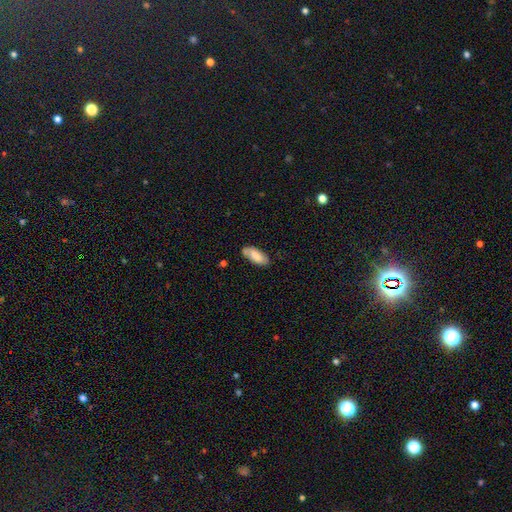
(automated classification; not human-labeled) Q: Smooth or featured?
A: smooth (75%); runner-up: featured or disk (18%)
Q: How rounded?
A: in between (85%); runner-up: cigar-shaped (13%)
Q: Merging?
A: none (70%); runner-up: minor disturbance (22%)